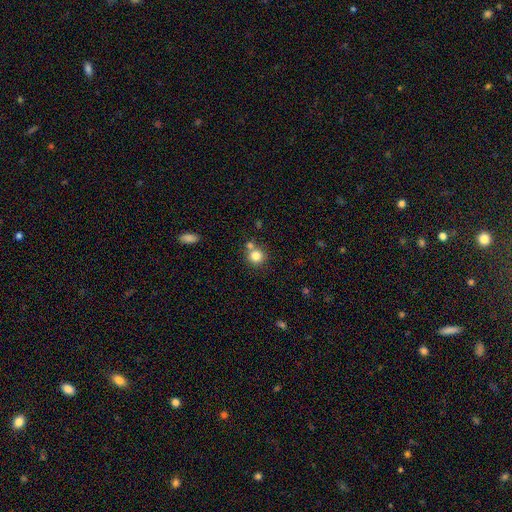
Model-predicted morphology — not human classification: Smooth or featured? Predicted: smooth (p=0.81). How rounded? Predicted: round (p=0.91). Merging? Predicted: none (p=0.64).